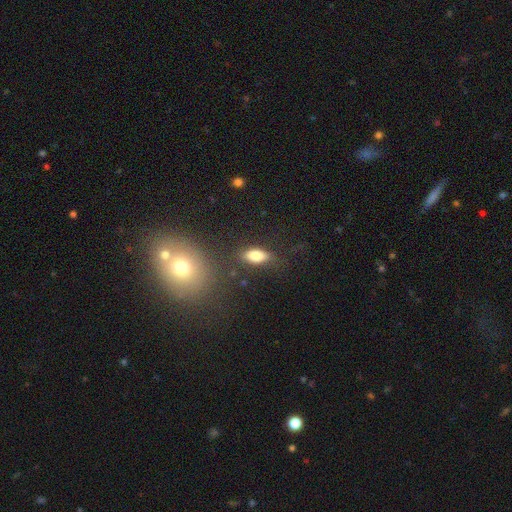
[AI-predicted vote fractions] A smooth galaxy with no disk features (80%) that is in between round and cigar-shaped (83%). Merging: none (75%).